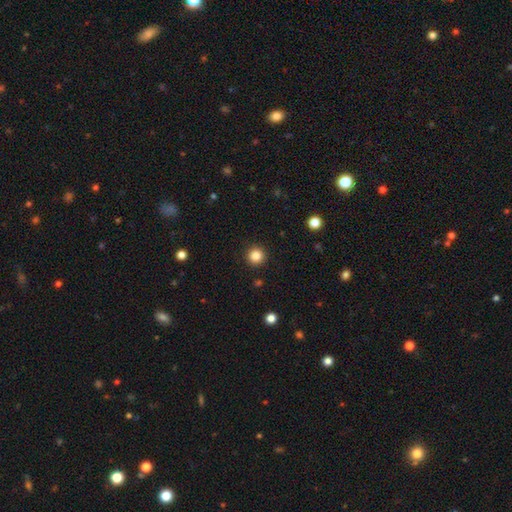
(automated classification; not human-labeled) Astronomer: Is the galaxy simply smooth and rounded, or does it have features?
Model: smooth — 85%.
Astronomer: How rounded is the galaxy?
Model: round — 96%.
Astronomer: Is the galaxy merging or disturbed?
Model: none — 92%.